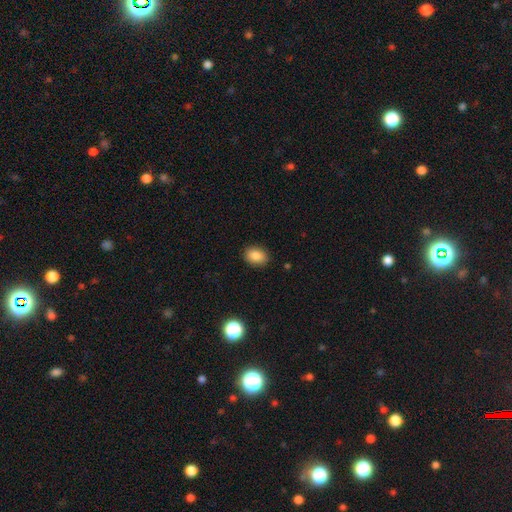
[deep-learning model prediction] smooth-or-featured: smooth: 86% | star or artifact: 9% | featured or disk: 5%
  how-rounded: in between: 73% | round: 26% | cigar-shaped: 1%
  merging: none: 89% | minor disturbance: 8% | major disturbance: 2% | merger: 1%